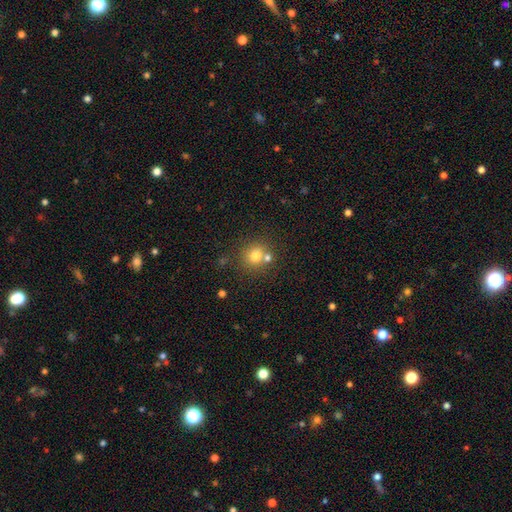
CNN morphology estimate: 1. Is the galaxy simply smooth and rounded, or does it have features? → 76% smooth, 14% star or artifact, 11% featured or disk.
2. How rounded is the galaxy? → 87% round, 12% in between, 1% cigar-shaped.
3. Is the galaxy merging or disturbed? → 62% none, 26% merger, 9% minor disturbance, 3% major disturbance.